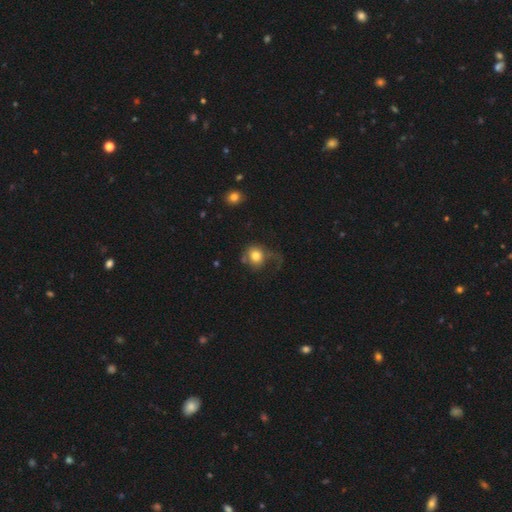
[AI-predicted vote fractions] Q: Smooth or featured?
A: smooth (74%); runner-up: featured or disk (17%)
Q: How rounded?
A: round (79%); runner-up: in between (20%)
Q: Merging?
A: none (37%); runner-up: major disturbance (36%)